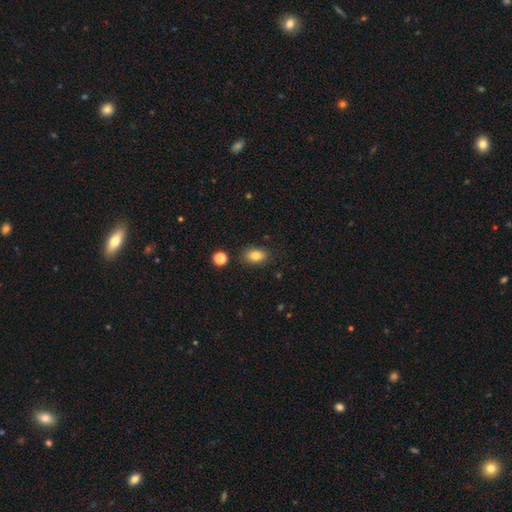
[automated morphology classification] smooth 81%, star or artifact 10%, featured or disk 9%. Down the decision tree: how rounded — in between (81%); merging — none (84%).